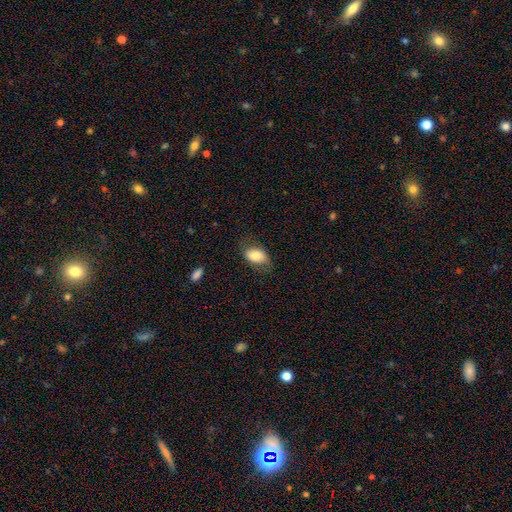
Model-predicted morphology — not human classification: Smooth or featured? smooth (73%)
How rounded? in between (89%)
Merging? none (65%)